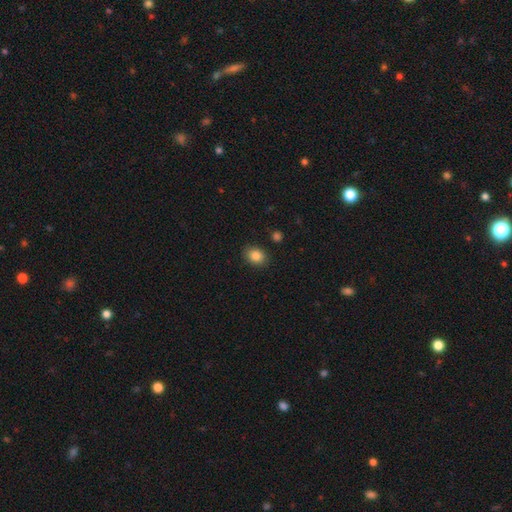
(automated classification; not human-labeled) A smooth galaxy with no disk features (86%) that is in between round and cigar-shaped (60%). Merging: none (86%).